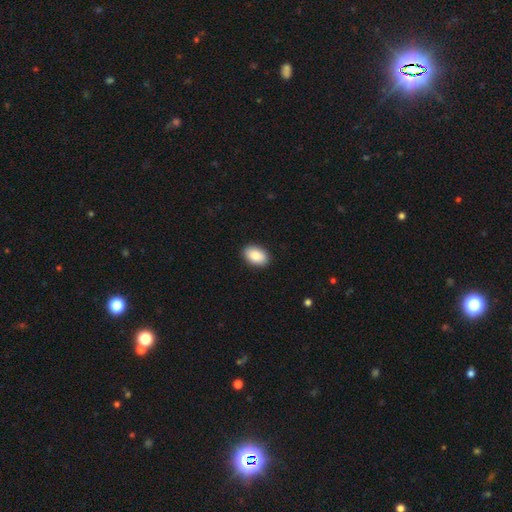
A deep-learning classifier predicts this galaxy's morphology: smooth_or_featured: smooth (p=0.89) [alt: star or artifact p=0.06]
how_rounded: in between (p=0.92) [alt: round p=0.07]
merging: none (p=0.90) [alt: minor disturbance p=0.07]